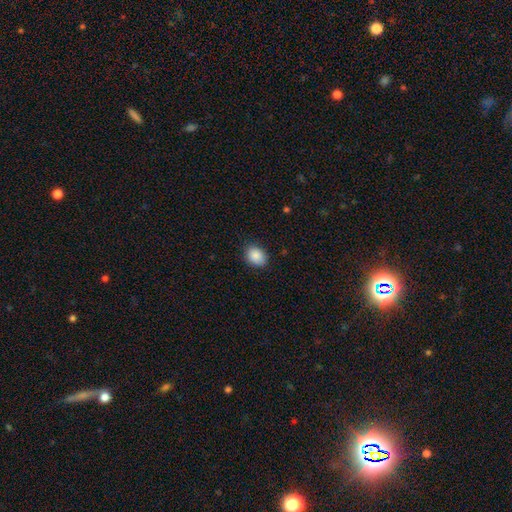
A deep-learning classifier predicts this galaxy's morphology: A smooth galaxy with no disk features (88%) that is in between round and cigar-shaped (62%).

Vote fractions:
- Smooth or featured? smooth: 88% / star or artifact: 8% / featured or disk: 4%
- How rounded? in between: 62% / round: 37% / cigar-shaped: 1%
- Merging? none: 85% / minor disturbance: 11% / major disturbance: 2% / merger: 1%